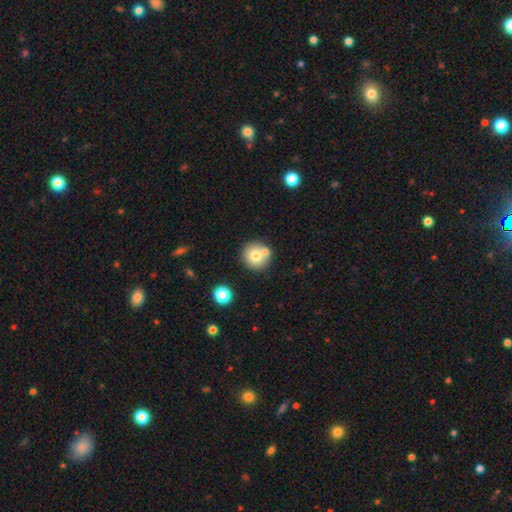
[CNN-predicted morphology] A smooth galaxy with no disk features (72%) that is round (93%).

Vote fractions:
- Smooth or featured? smooth: 72% / featured or disk: 17% / star or artifact: 10%
- How rounded? round: 93% / in between: 6% / cigar-shaped: 1%
- Merging? none: 63% / merger: 26% / minor disturbance: 8% / major disturbance: 2%